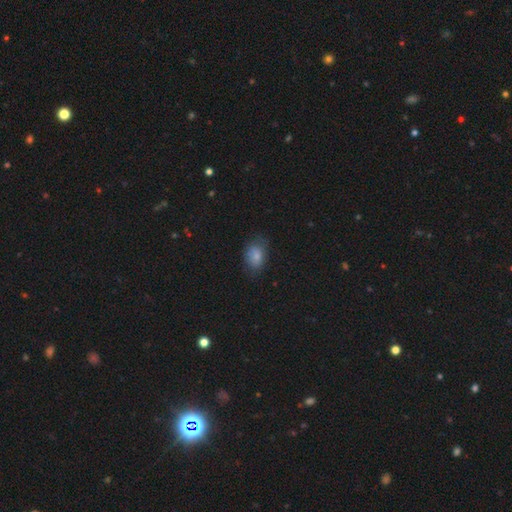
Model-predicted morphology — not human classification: A smooth galaxy with no disk features (80%) that is in between round and cigar-shaped (81%). Merging: none (67%).